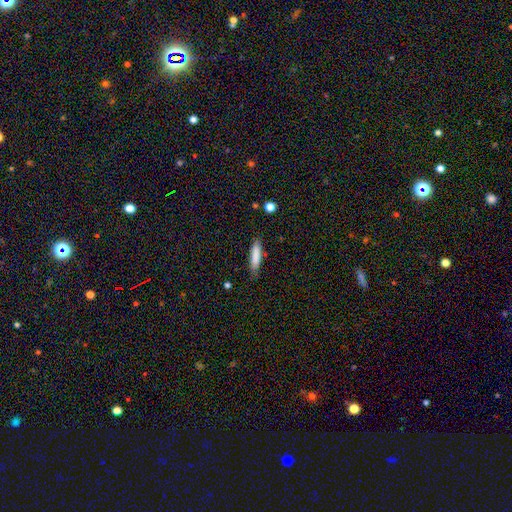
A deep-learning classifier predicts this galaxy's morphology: The model was most divided on "how rounded": cigar-shaped: 78%, in between: 20%, round: 1%. More confident: merging — none (83%); smooth or featured — smooth (82%).